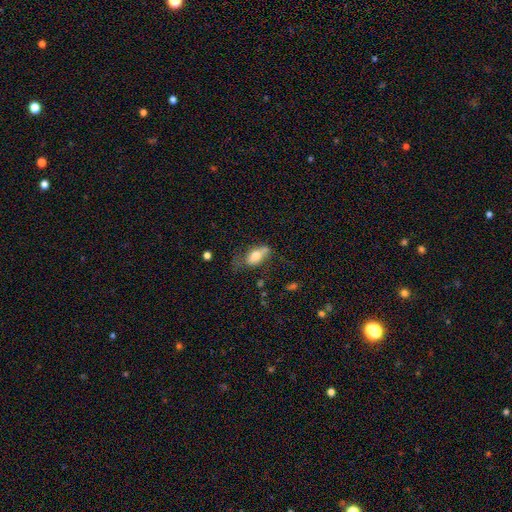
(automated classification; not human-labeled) smooth_or_featured: smooth (p=0.69) [alt: featured or disk p=0.23]
how_rounded: in between (p=0.83) [alt: cigar-shaped p=0.13]
merging: none (p=0.39) [alt: minor disturbance p=0.32]